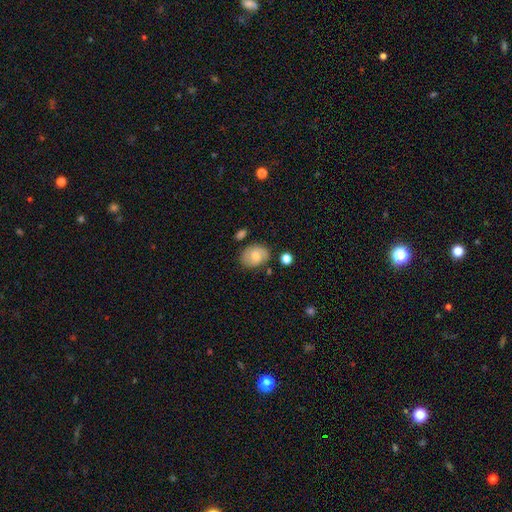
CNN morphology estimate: This appears to be a smooth galaxy with no disk features (61%) that is in between round and cigar-shaped (63%). Merging: none (72%).